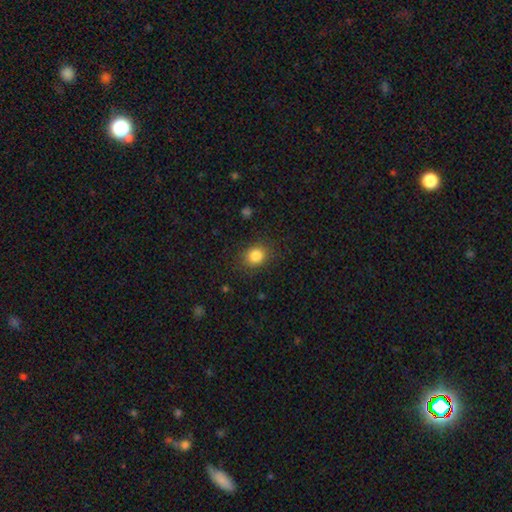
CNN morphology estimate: This is clearly a smooth galaxy (85%). How rounded: likely round (63%). Merging: clearly none (85%).